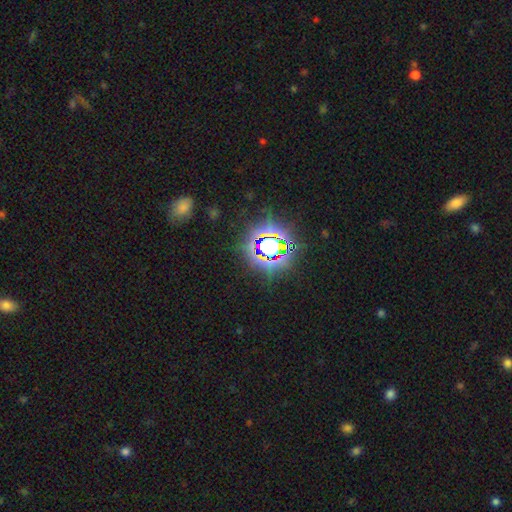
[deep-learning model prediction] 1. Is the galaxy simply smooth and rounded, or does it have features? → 82% star or artifact, 12% smooth, 6% featured or disk.